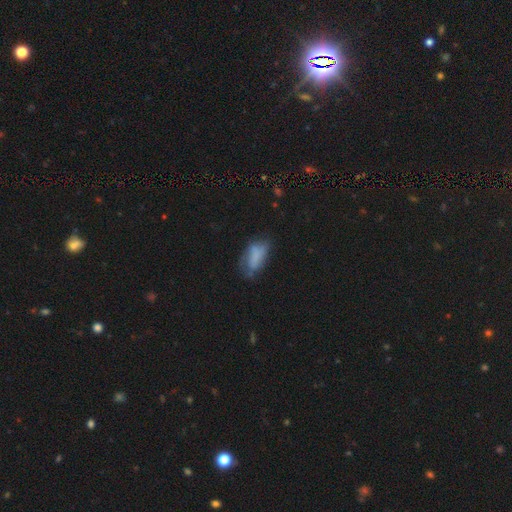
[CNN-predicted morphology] type=smooth (67%); roundness=in between (88%); merging=none (45%).